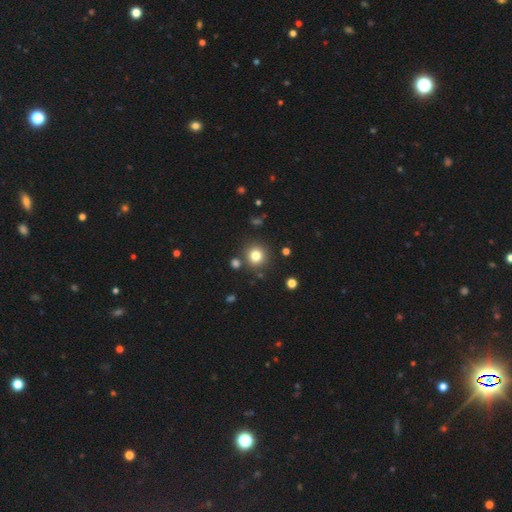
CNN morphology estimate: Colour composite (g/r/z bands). It shows a smooth galaxy with no disk features (79%) that is round (91%). Merging: none (84%).